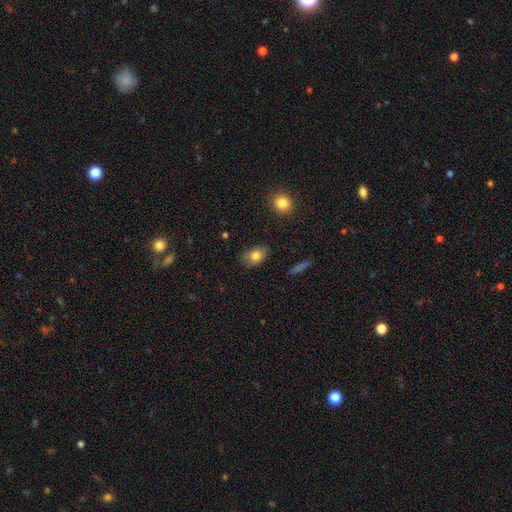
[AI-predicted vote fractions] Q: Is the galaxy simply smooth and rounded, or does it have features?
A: smooth — 79%.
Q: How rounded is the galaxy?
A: in between — 82%.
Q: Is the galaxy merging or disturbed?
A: none — 79%.